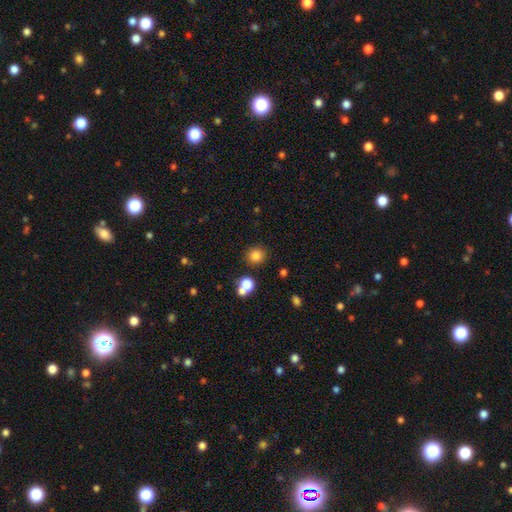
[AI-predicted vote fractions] Smooth or featured: smooth — 82% (star or artifact — 13%)
How rounded: round — 89% (in between — 10%)
Merging: none — 83% (minor disturbance — 7%)